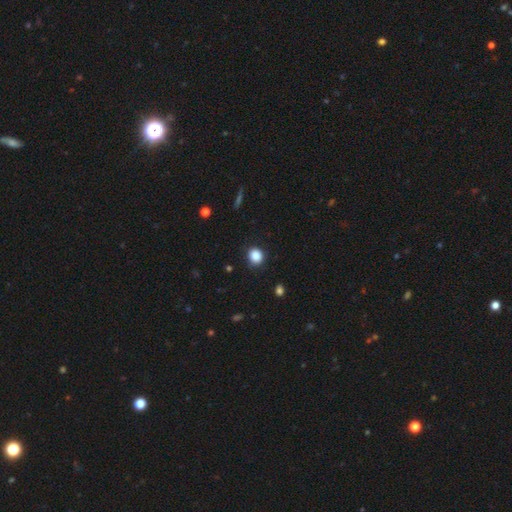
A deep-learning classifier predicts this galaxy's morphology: This is clearly a smooth galaxy (86%). How rounded: clearly round (81%). Merging: clearly none (87%).